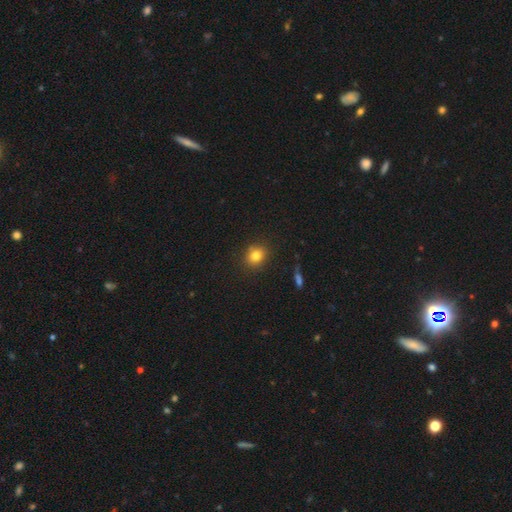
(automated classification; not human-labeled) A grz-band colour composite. It shows a smooth galaxy with no disk features (81%) that is round (75%). Merging: none (87%).